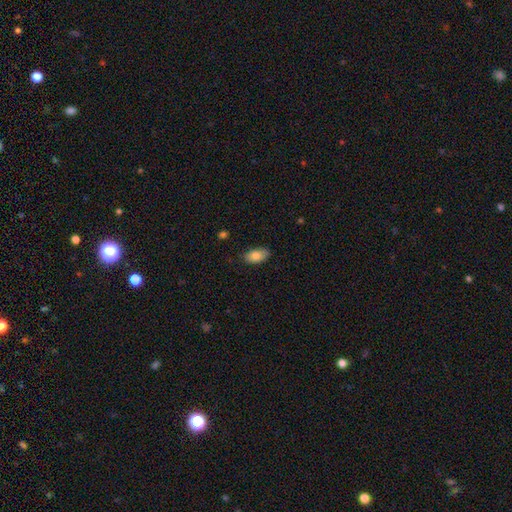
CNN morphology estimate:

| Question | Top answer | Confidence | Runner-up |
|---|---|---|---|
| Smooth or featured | smooth | 82% | featured or disk (11%) |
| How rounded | in between | 92% | round (5%) |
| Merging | none | 80% | minor disturbance (16%) |